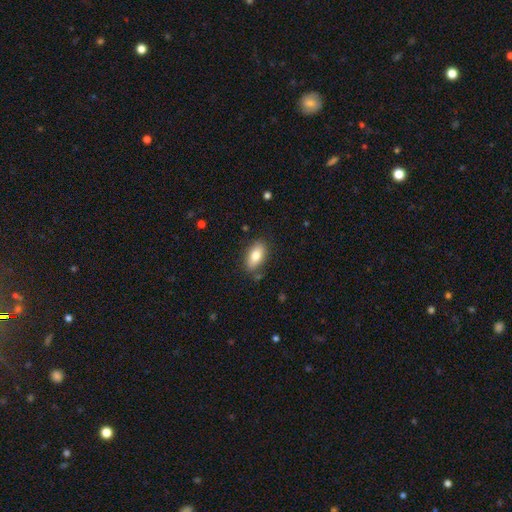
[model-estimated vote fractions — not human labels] A smooth galaxy with no disk features (78%) that is in between round and cigar-shaped (89%). Merging: none (81%).